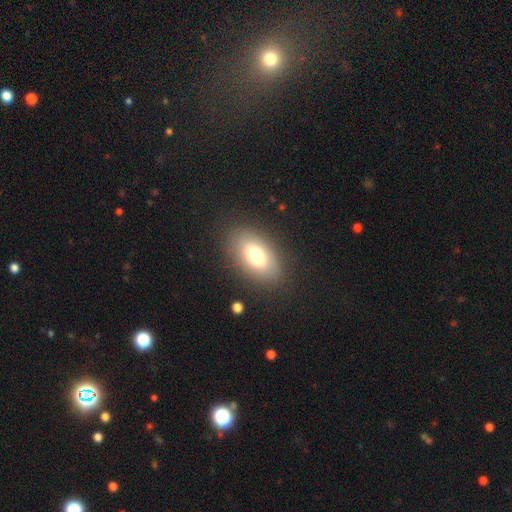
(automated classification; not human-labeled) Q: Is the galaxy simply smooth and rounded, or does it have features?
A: smooth — 71%.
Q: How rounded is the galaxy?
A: in between — 89%.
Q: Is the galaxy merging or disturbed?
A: none — 85%.